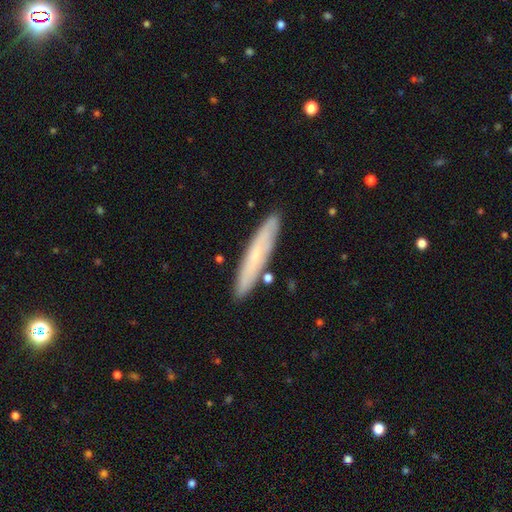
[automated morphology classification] Smooth or featured?
  - smooth: 54% *
  - featured or disk: 40%
  - star or artifact: 7%
How rounded?
  - cigar-shaped: 90% *
  - in between: 8%
  - round: 1%
Merging?
  - none: 86% *
  - minor disturbance: 9%
  - merger: 3%
  - major disturbance: 2%